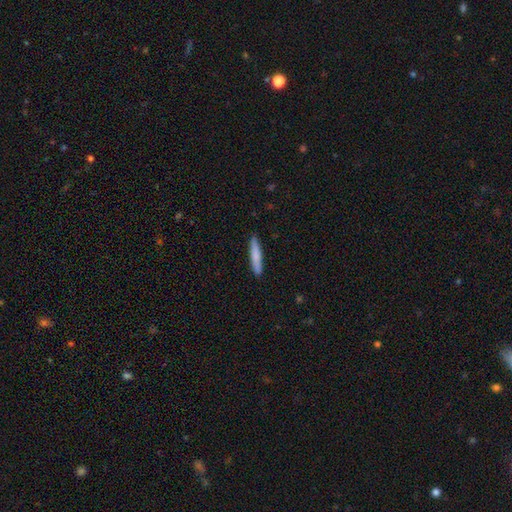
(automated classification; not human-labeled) Smooth or featured? smooth (79%)
How rounded? cigar-shaped (92%)
Merging? none (90%)